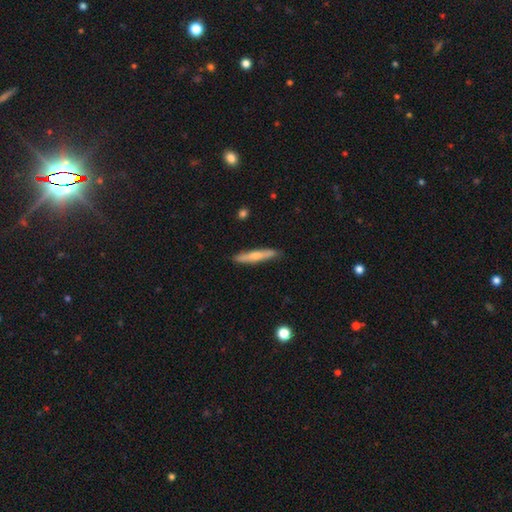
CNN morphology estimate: smooth_or_featured: smooth (p=0.57) [alt: featured or disk p=0.37]
how_rounded: cigar-shaped (p=0.91) [alt: in between p=0.07]
merging: none (p=0.88) [alt: minor disturbance p=0.09]